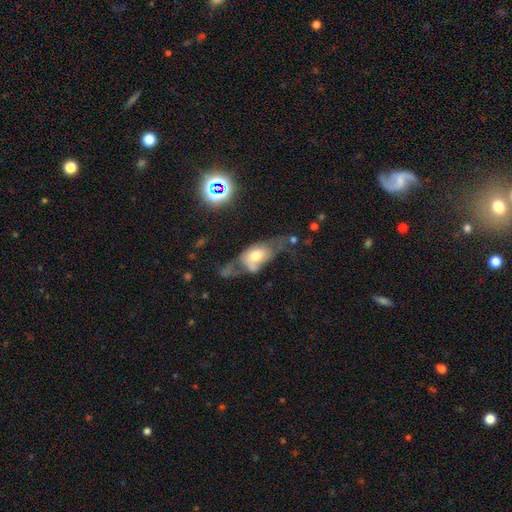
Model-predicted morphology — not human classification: type=smooth (55%); roundness=in between (82%); merging=major disturbance (45%).